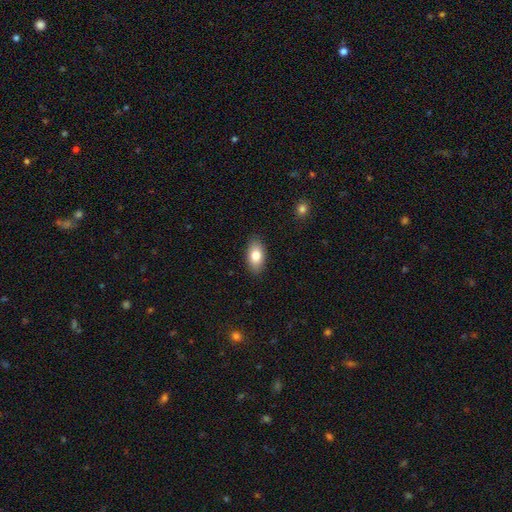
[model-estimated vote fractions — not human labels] Smooth or featured?
  - smooth: 80% *
  - featured or disk: 13%
  - star or artifact: 7%
How rounded?
  - in between: 92% *
  - round: 4%
  - cigar-shaped: 4%
Merging?
  - none: 88% *
  - minor disturbance: 9%
  - major disturbance: 2%
  - merger: 1%